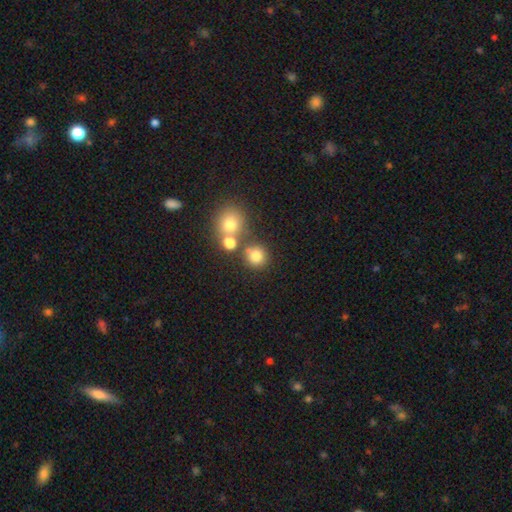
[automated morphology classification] Smooth or featured? smooth (77%)
How rounded? round (88%)
Merging? none (65%)